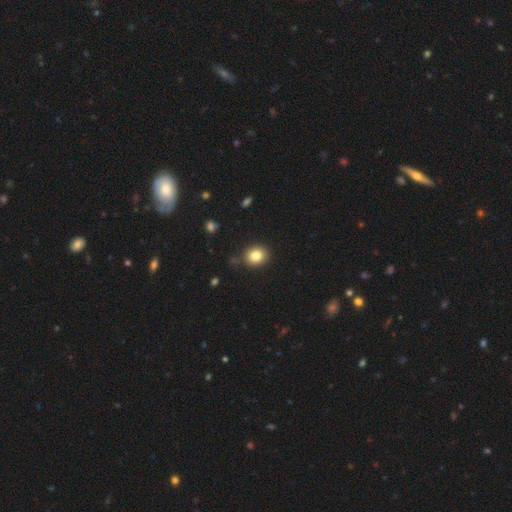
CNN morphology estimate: type=smooth (82%); roundness=round (70%); merging=none (83%).